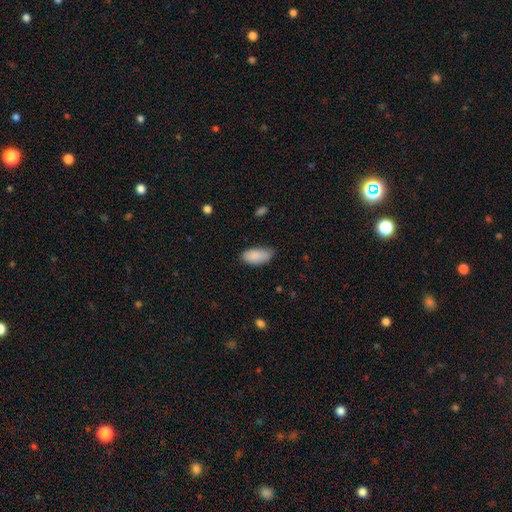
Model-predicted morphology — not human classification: type=smooth (89%); roundness=in between (92%); merging=none (73%).